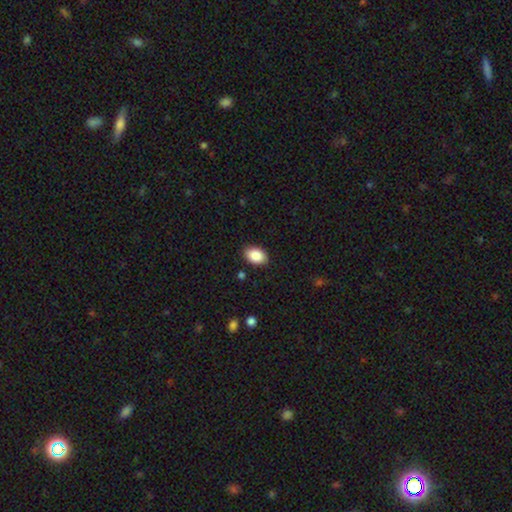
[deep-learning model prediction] Smooth or featured? Predicted: smooth (p=0.88). How rounded? Predicted: in between (p=0.88). Merging? Predicted: none (p=0.88).